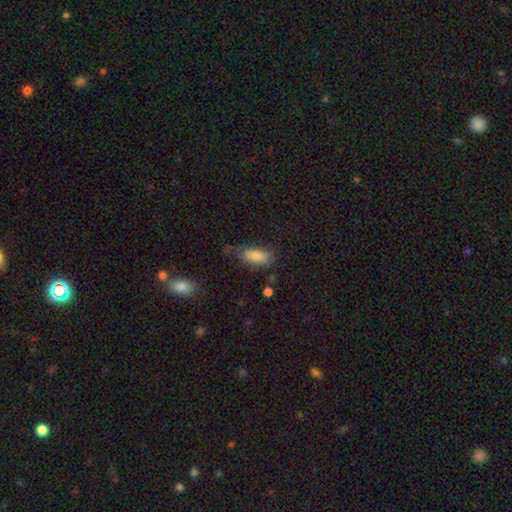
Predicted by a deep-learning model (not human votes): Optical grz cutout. It shows a smooth galaxy with no disk features (79%) that is in between round and cigar-shaped (82%). Merging: none (54%).